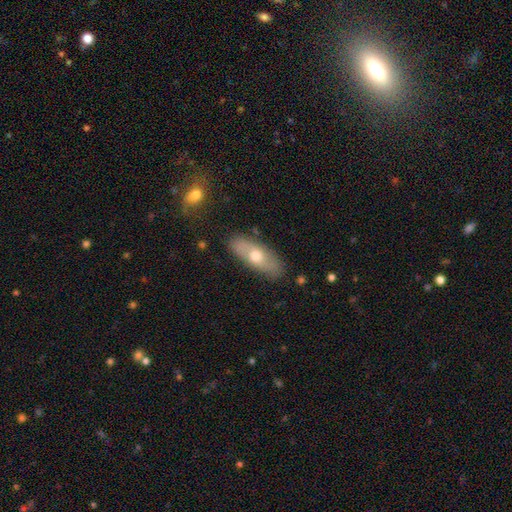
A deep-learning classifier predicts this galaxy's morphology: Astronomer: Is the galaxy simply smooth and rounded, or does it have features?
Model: smooth — 55% (runner-up: featured or disk, 38%).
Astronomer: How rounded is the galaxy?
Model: in between — 62%.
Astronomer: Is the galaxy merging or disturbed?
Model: none — 83%.